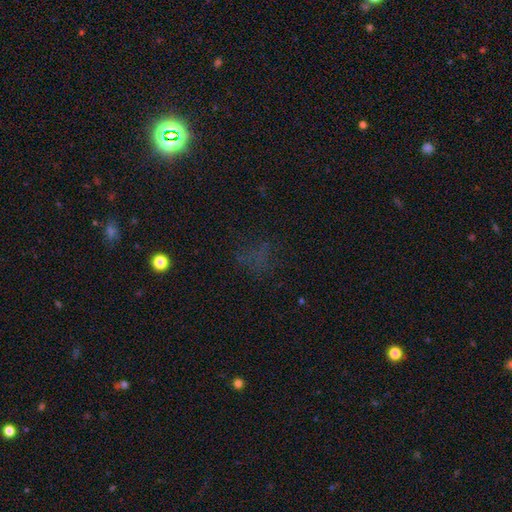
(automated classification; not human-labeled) This is possibly a star or artifact rather than a galaxy (58%).